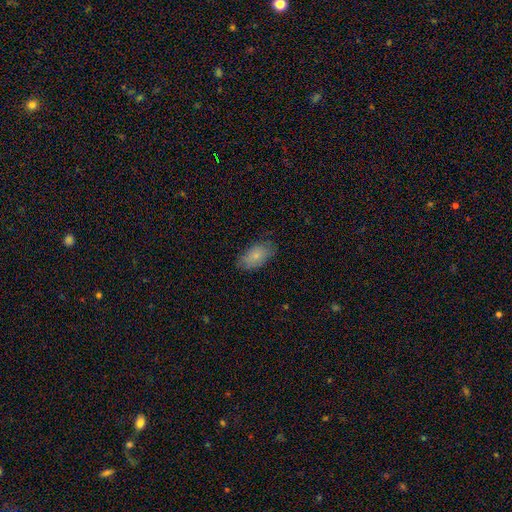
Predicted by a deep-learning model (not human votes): Smooth or featured? smooth (82%)
How rounded? in between (93%)
Merging? none (78%)